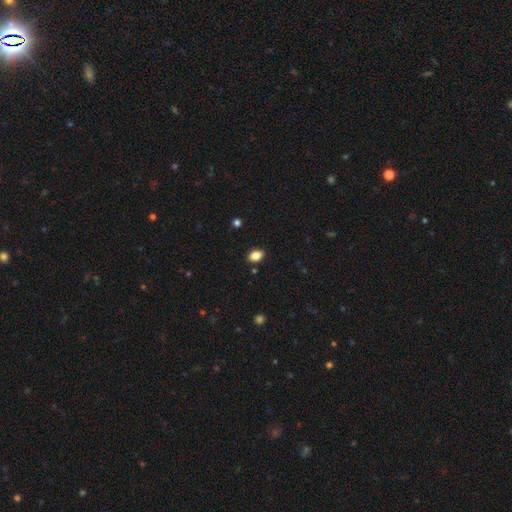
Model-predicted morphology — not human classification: smooth 85%, star or artifact 9%, featured or disk 6%. Down the decision tree: how rounded — in between (85%); merging — none (88%).